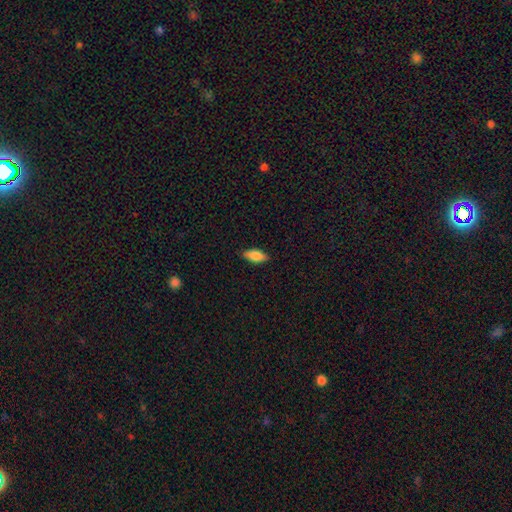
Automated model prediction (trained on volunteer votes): smooth_or_featured: smooth (p=0.82) [alt: featured or disk p=0.11]
how_rounded: in between (p=0.82) [alt: cigar-shaped p=0.16]
merging: none (p=0.87) [alt: minor disturbance p=0.10]